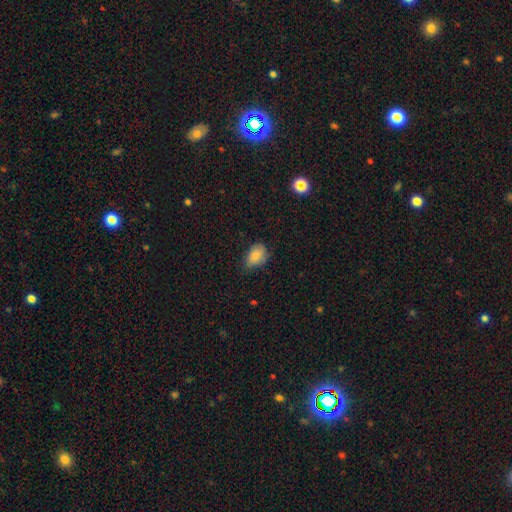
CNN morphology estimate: type=smooth (82%); roundness=in between (72%); merging=none (61%).